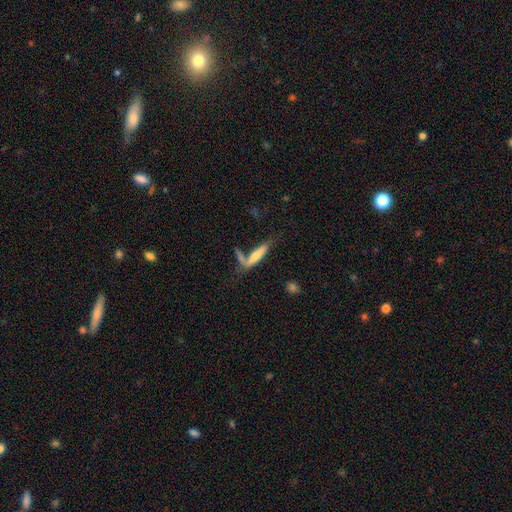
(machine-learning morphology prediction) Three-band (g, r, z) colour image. It shows a smooth galaxy with no disk features (55%) that is cigar-shaped (81%). Merging: none (46%).